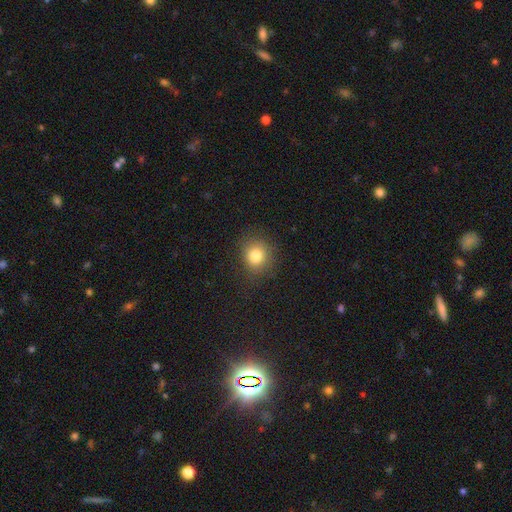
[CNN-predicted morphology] type=smooth (81%); roundness=round (79%); merging=none (85%).